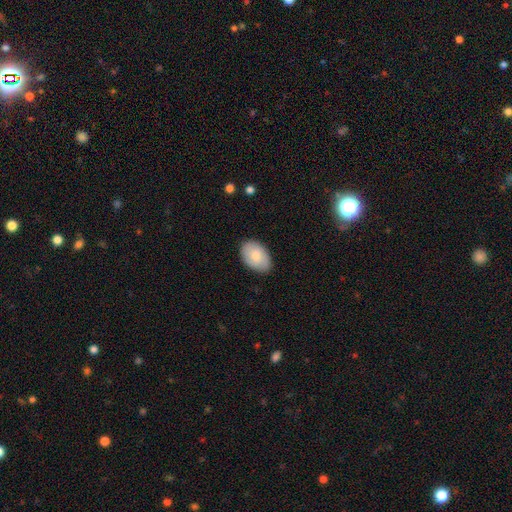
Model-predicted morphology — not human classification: type=smooth (78%); roundness=in between (89%); merging=none (83%).